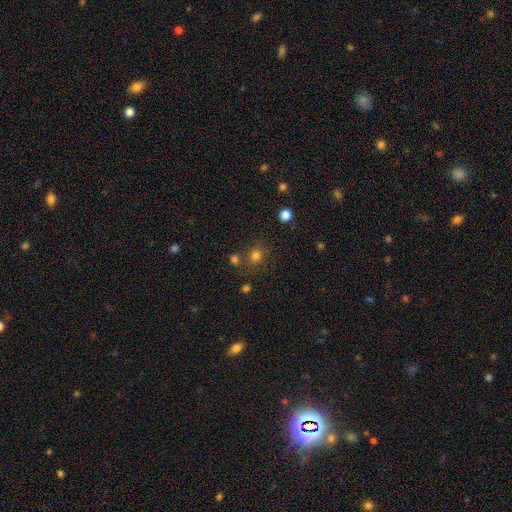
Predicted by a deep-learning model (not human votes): smooth-or-featured: smooth: 75% | star or artifact: 19% | featured or disk: 6%
  how-rounded: round: 82% | in between: 17% | cigar-shaped: 1%
  merging: none: 72% | merger: 12% | minor disturbance: 11% | major disturbance: 5%